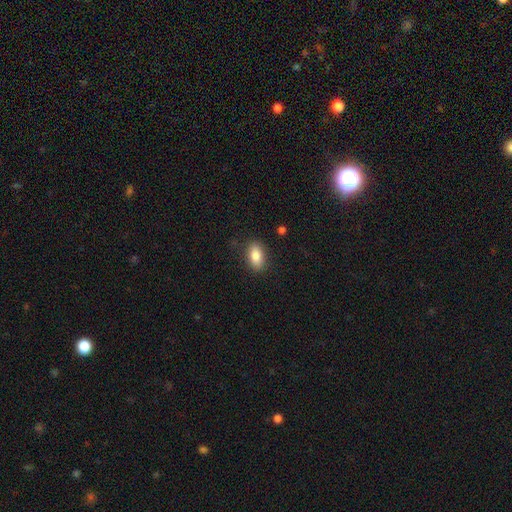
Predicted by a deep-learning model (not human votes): Smooth or featured? Predicted: smooth (p=0.85). How rounded? Predicted: in between (p=0.88). Merging? Predicted: none (p=0.85).